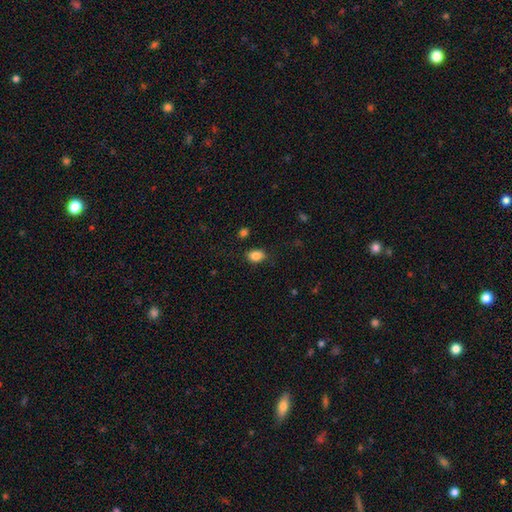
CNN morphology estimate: smooth 85%, star or artifact 9%, featured or disk 5%. Down the decision tree: how rounded — in between (74%); merging — none (81%).